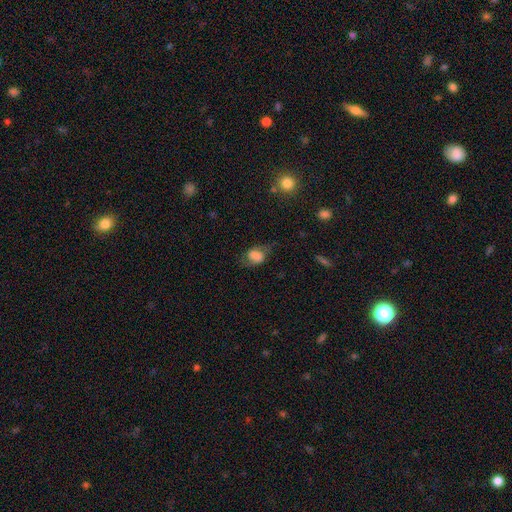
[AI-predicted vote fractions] Smooth or featured?
  - smooth: 62% *
  - featured or disk: 28%
  - star or artifact: 10%
How rounded?
  - in between: 75% *
  - round: 23%
  - cigar-shaped: 2%
Merging?
  - none: 53% *
  - minor disturbance: 26%
  - major disturbance: 19%
  - merger: 2%